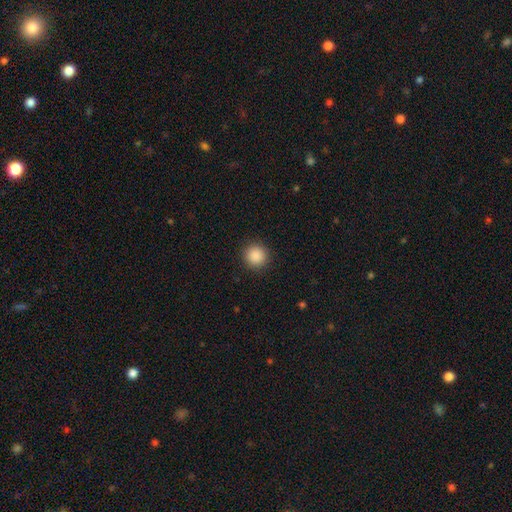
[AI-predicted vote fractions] A smooth galaxy with no disk features (88%) that is round (94%).

Vote fractions:
- Smooth or featured? smooth: 88% / star or artifact: 9% / featured or disk: 3%
- How rounded? round: 94% / in between: 5% / cigar-shaped: 1%
- Merging? none: 92% / minor disturbance: 5% / major disturbance: 2% / merger: 1%